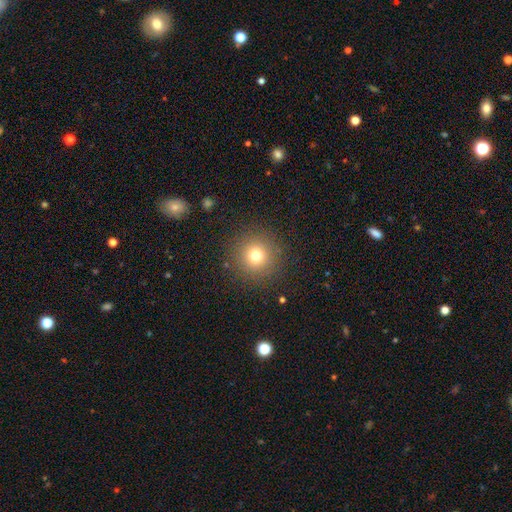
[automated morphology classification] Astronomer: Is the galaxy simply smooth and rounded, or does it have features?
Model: smooth — 73%.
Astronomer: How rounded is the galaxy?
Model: round — 96%.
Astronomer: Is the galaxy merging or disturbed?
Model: none — 89%.